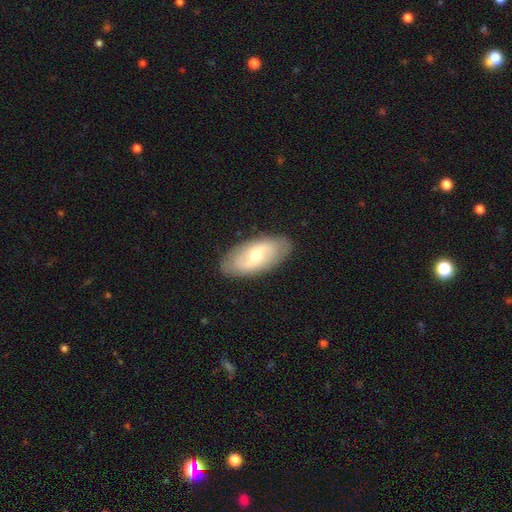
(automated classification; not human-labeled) A featured or disk galaxy (61%) with a weak bar (51%), spiral arms (74%) and a moderate central bulge (59%). Merging: none (86%).